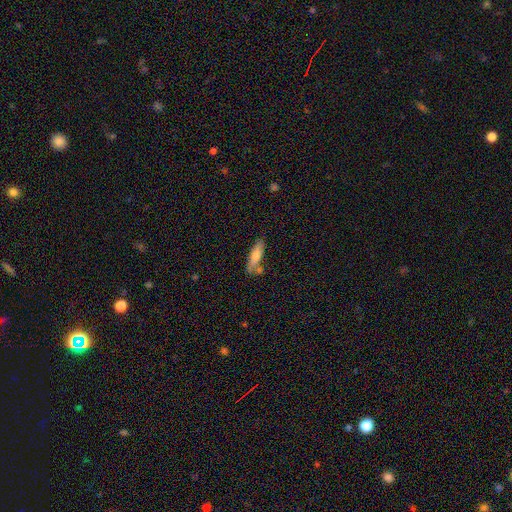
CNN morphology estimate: This is likely a smooth galaxy (74%). How rounded: likely cigar-shaped (64%). Merging: likely none (66%).